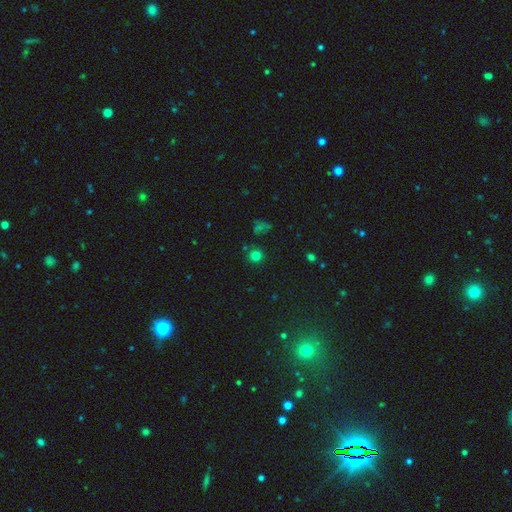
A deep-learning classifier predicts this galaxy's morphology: Overall: smooth (75%). How rounded: round (92%). Merging: none (85%).